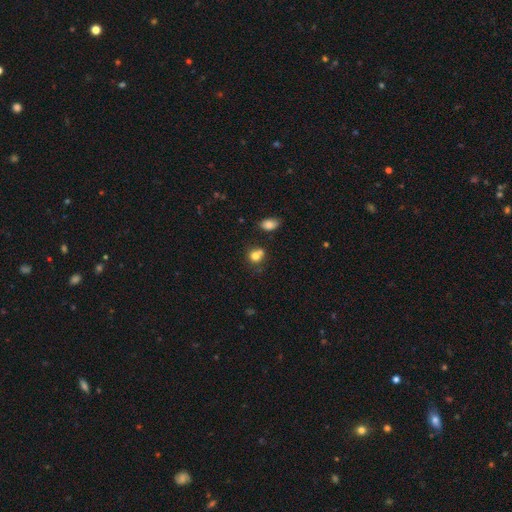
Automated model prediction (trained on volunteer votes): This is likely a smooth galaxy (77%). How rounded: likely round (75%). Merging: possibly none (49%).